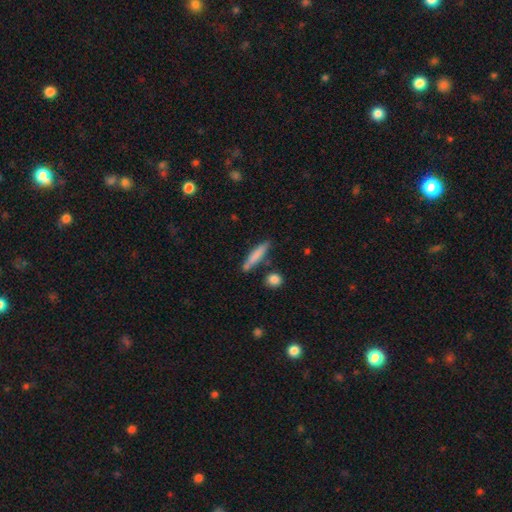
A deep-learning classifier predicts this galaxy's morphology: smooth-or-featured: smooth: 76% | featured or disk: 17% | star or artifact: 6%
  how-rounded: cigar-shaped: 86% | in between: 12% | round: 2%
  merging: none: 77% | minor disturbance: 14% | merger: 7% | major disturbance: 3%